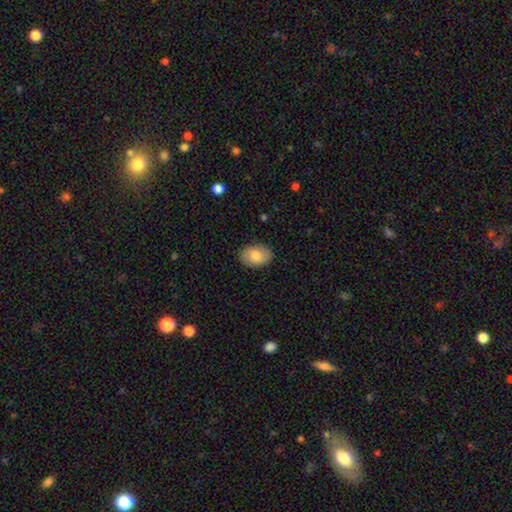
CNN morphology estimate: Smooth or featured: smooth — 83% (featured or disk — 11%)
How rounded: in between — 87% (round — 12%)
Merging: none — 87% (minor disturbance — 10%)